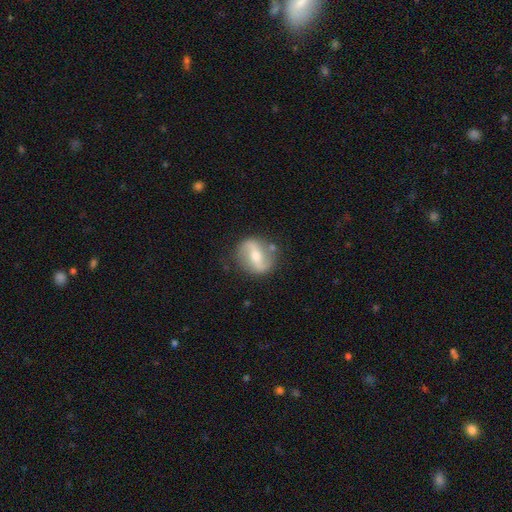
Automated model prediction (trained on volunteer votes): The model was most divided on "bulge size": moderate: 60%, small: 33%, large: 4%, none: 2%, dominant: 1%. More confident: edge-on disk — no (92%); spiral arm count — 2 (89%); merging — none (80%); spiral arms — yes (76%); smooth or featured — featured or disk (74%); spiral winding — loose (58%); bar — strong (57%).